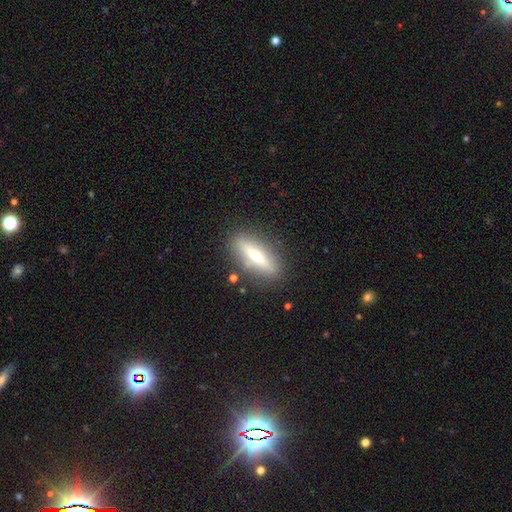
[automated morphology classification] This appears to be a smooth galaxy with no disk features (52%) that is cigar-shaped (66%). Merging: none (84%).